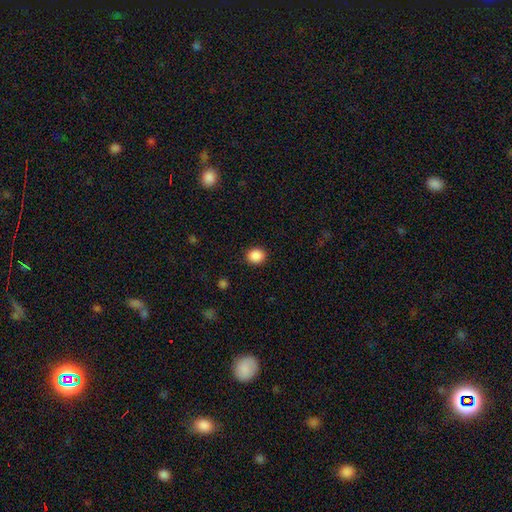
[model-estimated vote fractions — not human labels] The model was most divided on "how rounded": round: 77%, in between: 22%, cigar-shaped: 1%. More confident: merging — none (90%); smooth or featured — smooth (88%).